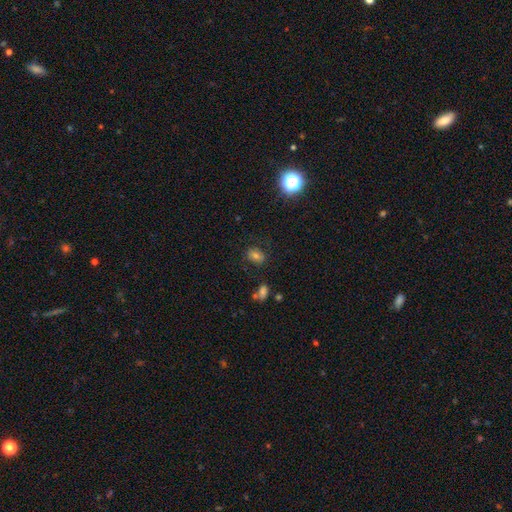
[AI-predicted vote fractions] Q: Smooth or featured?
A: smooth (62%); runner-up: star or artifact (23%)
Q: How rounded?
A: in between (61%); runner-up: round (38%)
Q: Merging?
A: none (77%); runner-up: minor disturbance (14%)